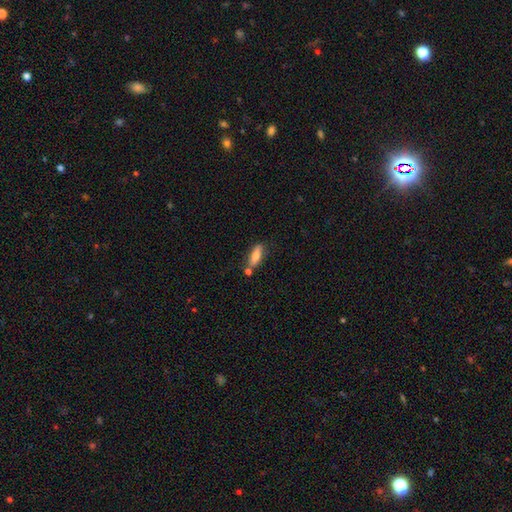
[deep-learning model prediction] smooth-or-featured: smooth: 70% | featured or disk: 22% | star or artifact: 7%
  how-rounded: in between: 51% | cigar-shaped: 46% | round: 3%
  merging: none: 65% | minor disturbance: 16% | merger: 15% | major disturbance: 4%